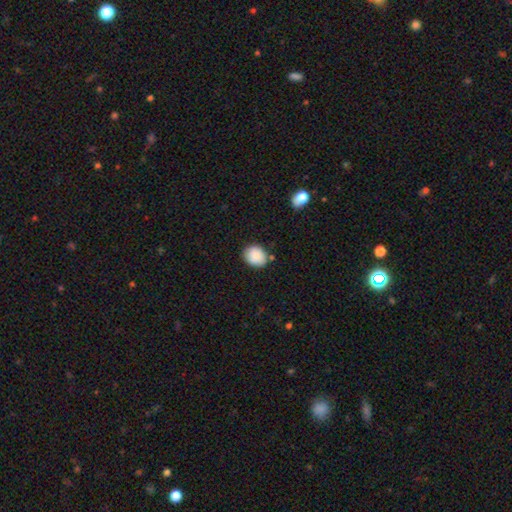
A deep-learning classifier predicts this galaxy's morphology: smooth 87%, star or artifact 7%, featured or disk 6%. Down the decision tree: how rounded — round (60%); merging — none (77%).